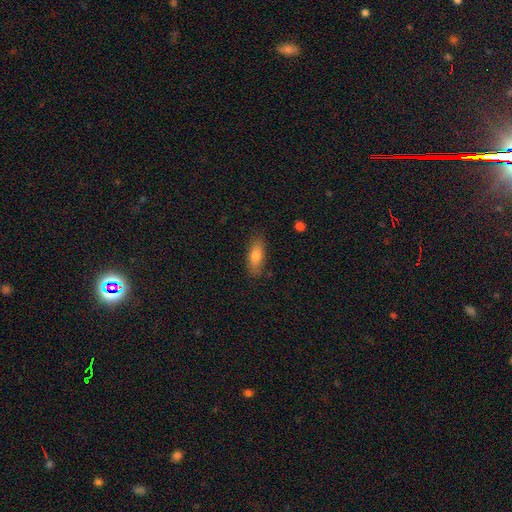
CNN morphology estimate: A smooth galaxy with no disk features (76%) that is in between round and cigar-shaped (73%). Merging: none (84%).